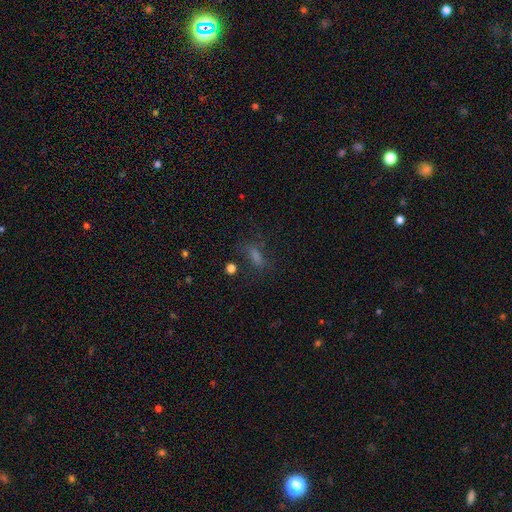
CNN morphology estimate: Overall: smooth (50%; star or artifact 31%). Merging: none (66%).